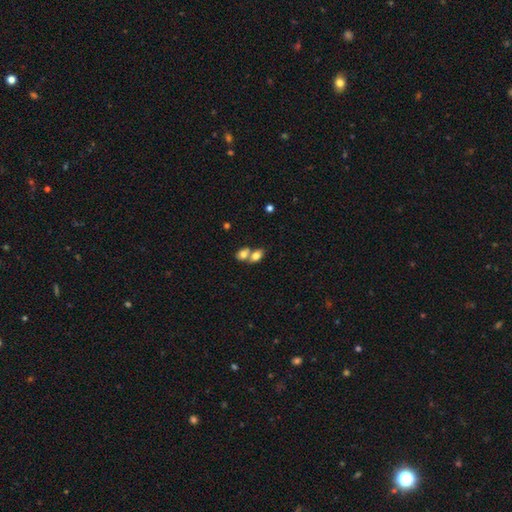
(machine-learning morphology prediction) smooth-or-featured: smooth: 75% | featured or disk: 17% | star or artifact: 9%
  how-rounded: in between: 79% | round: 18% | cigar-shaped: 3%
  merging: merger: 64% | none: 26% | minor disturbance: 7% | major disturbance: 3%